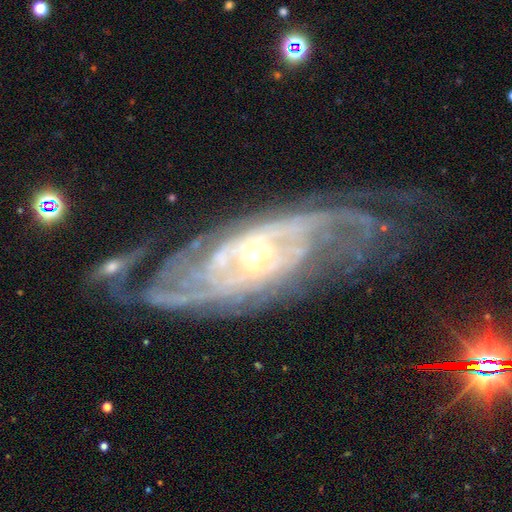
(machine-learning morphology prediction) Smooth or featured?
  - featured or disk: 89% *
  - star or artifact: 6%
  - smooth: 5%
Edge-on disk?
  - no: 90% *
  - yes: 10%
Bar?
  - no: 56% *
  - weak: 29%
  - strong: 15%
Spiral arms?
  - yes: 97% *
  - no: 3%
Spiral winding?
  - tight: 58% *
  - medium: 32%
  - loose: 9%
Spiral arm count?
  - can't tell: 32% *
  - 2: 24%
  - 3: 14%
  - 4: 13%
  - more than 4: 11%
  - 1: 7%
Bulge size?
  - small: 70% *
  - moderate: 25%
  - large: 2%
  - none: 1%
  - dominant: 1%
Merging?
  - none: 61% *
  - minor disturbance: 20%
  - major disturbance: 15%
  - merger: 4%